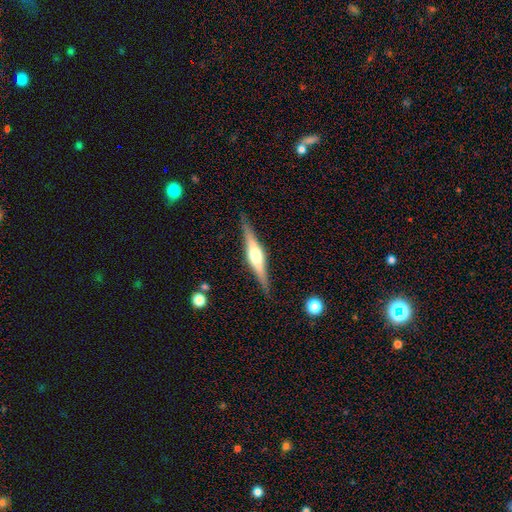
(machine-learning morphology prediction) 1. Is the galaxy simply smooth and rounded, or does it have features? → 74% featured or disk, 21% smooth, 5% star or artifact.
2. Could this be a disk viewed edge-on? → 97% yes, 3% no.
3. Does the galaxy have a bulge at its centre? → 90% rounded, 7% boxy, 3% none.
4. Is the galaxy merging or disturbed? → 87% none, 9% minor disturbance, 2% major disturbance, 1% merger.